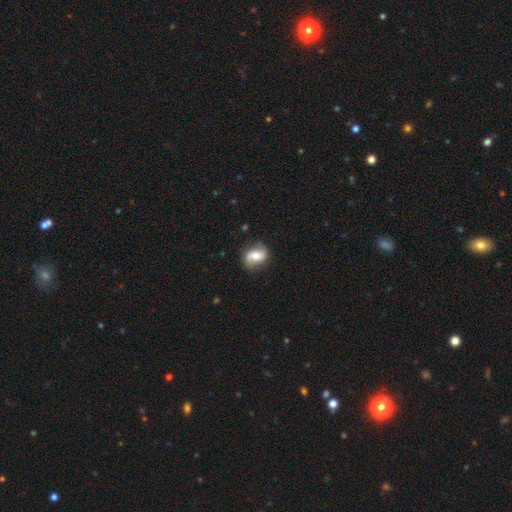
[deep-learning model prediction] Smooth or featured?
  - featured or disk: 51% *
  - smooth: 41%
  - star or artifact: 8%
Edge-on disk?
  - no: 95% *
  - yes: 5%
Merging?
  - none: 76% *
  - minor disturbance: 17%
  - major disturbance: 5%
  - merger: 2%